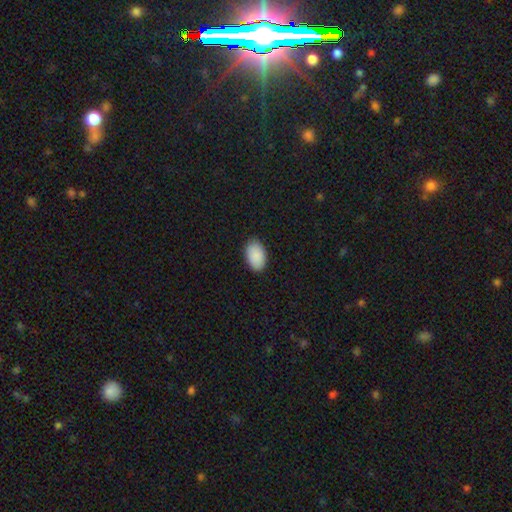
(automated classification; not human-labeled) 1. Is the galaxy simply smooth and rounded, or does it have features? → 91% smooth, 6% star or artifact, 3% featured or disk.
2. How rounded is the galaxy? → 93% in between, 6% round, 1% cigar-shaped.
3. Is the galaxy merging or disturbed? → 87% none, 10% minor disturbance, 2% major disturbance, 1% merger.